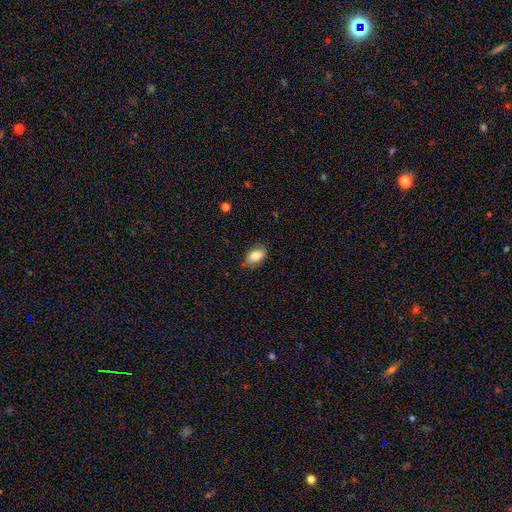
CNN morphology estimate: smooth_or_featured: smooth (p=0.81) [alt: featured or disk p=0.11]
how_rounded: in between (p=0.89) [alt: round p=0.09]
merging: none (p=0.81) [alt: minor disturbance p=0.15]